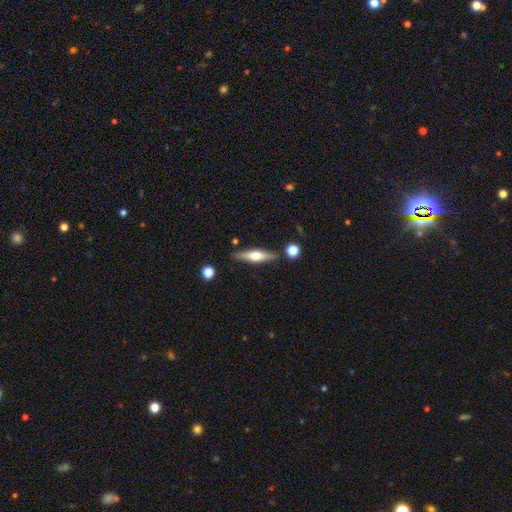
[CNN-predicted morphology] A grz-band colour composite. It shows a featured or disk galaxy (54%) viewed edge-on (93%). Merging: none (83%).